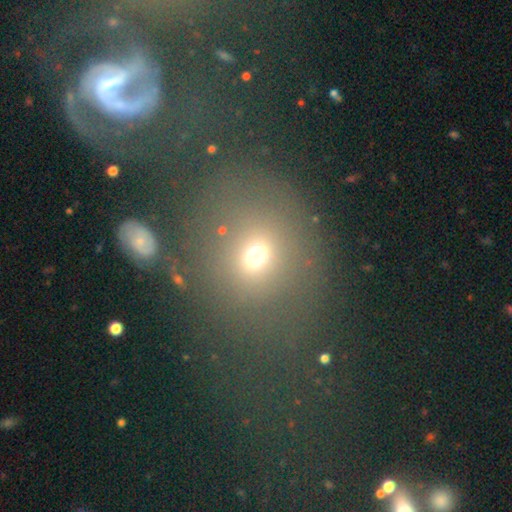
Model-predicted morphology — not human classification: A smooth galaxy with no disk features (66%) that is round (71%). Merging: none (72%).